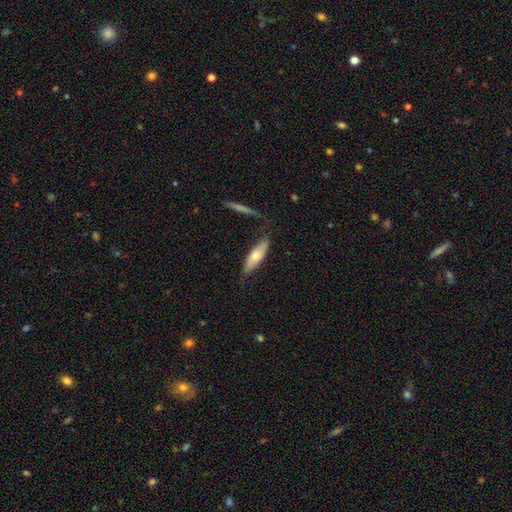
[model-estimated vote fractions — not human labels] Q: Smooth or featured?
A: smooth (61%); runner-up: featured or disk (33%)
Q: How rounded?
A: in between (51%); runner-up: cigar-shaped (47%)
Q: Merging?
A: none (71%); runner-up: minor disturbance (19%)